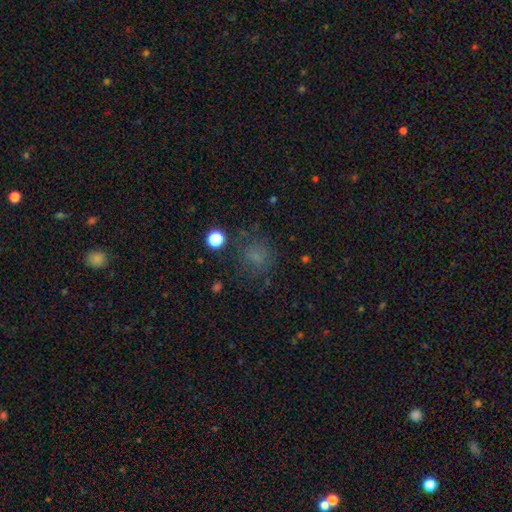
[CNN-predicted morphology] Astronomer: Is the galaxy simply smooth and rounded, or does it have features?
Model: smooth — 65%.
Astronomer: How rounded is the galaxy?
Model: round — 73%.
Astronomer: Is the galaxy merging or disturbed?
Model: none — 68%.